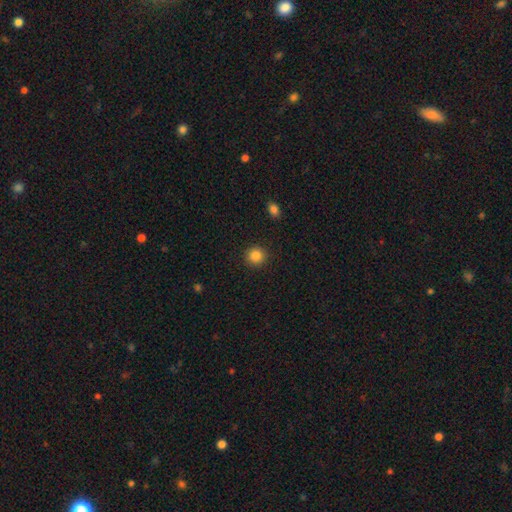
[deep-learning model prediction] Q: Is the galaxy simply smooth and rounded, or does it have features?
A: smooth — 86%.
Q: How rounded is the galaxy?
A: round — 92%.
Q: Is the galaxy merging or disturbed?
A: none — 91%.